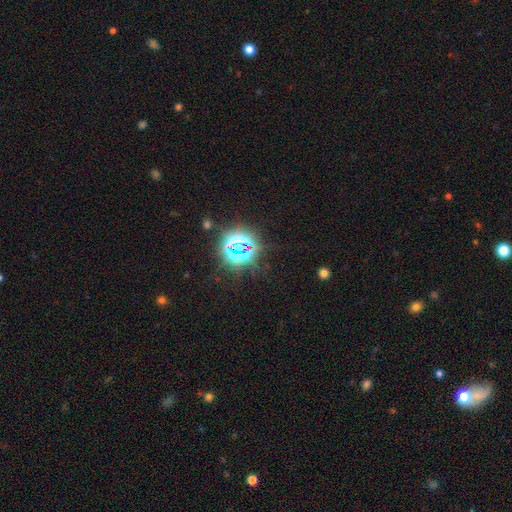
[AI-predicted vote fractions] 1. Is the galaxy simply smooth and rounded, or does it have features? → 80% star or artifact, 14% smooth, 6% featured or disk.